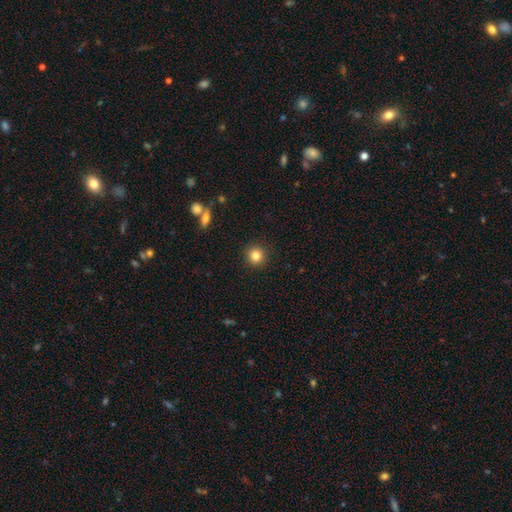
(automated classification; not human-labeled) Smooth or featured: smooth — 83% (star or artifact — 11%)
How rounded: round — 94% (in between — 5%)
Merging: none — 92% (minor disturbance — 5%)